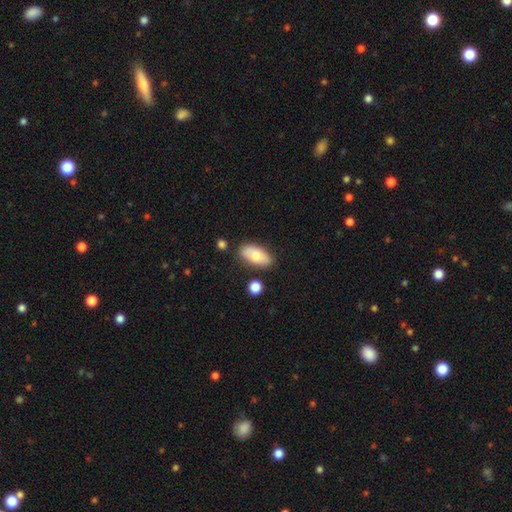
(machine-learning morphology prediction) This appears to be a smooth galaxy with no disk features (72%) that is in between round and cigar-shaped (90%). Merging: none (76%).